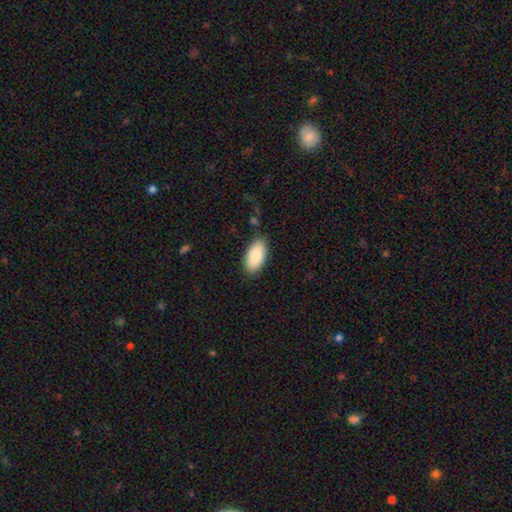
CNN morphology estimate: type=smooth (86%); roundness=in between (94%); merging=none (85%).